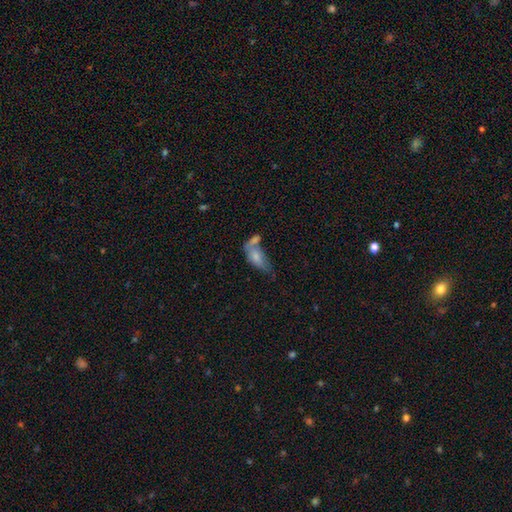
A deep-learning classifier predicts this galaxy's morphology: Smooth or featured?
  - smooth: 65% *
  - featured or disk: 28%
  - star or artifact: 8%
How rounded?
  - in between: 85% *
  - cigar-shaped: 12%
  - round: 4%
Merging?
  - merger: 43% *
  - none: 21%
  - minor disturbance: 19%
  - major disturbance: 17%